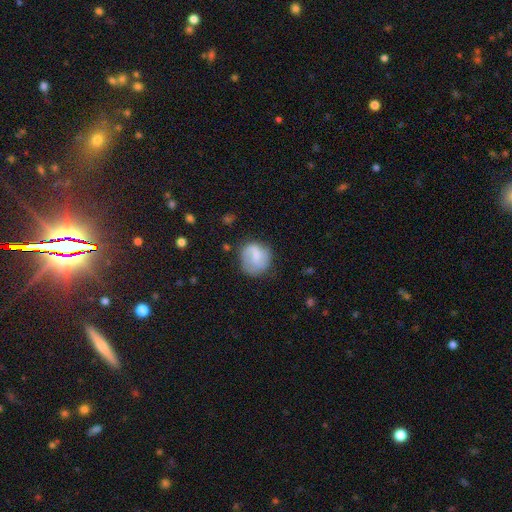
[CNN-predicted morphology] smooth 59%, featured or disk 33%, star or artifact 7%. Down the decision tree: how rounded — round (81%); merging — none (61%).